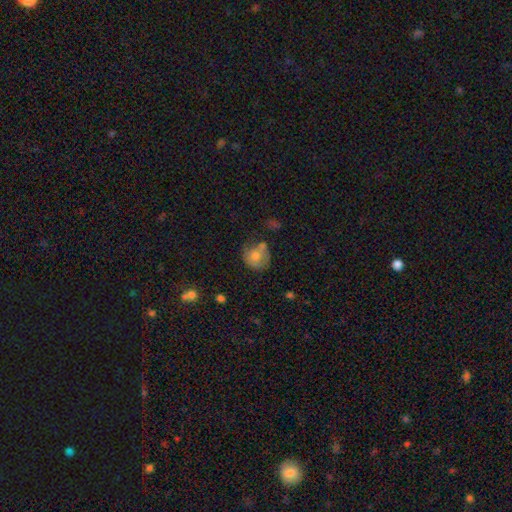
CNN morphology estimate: smooth 64%, featured or disk 27%, star or artifact 10%. Down the decision tree: how rounded — round (73%); merging — none (46%).